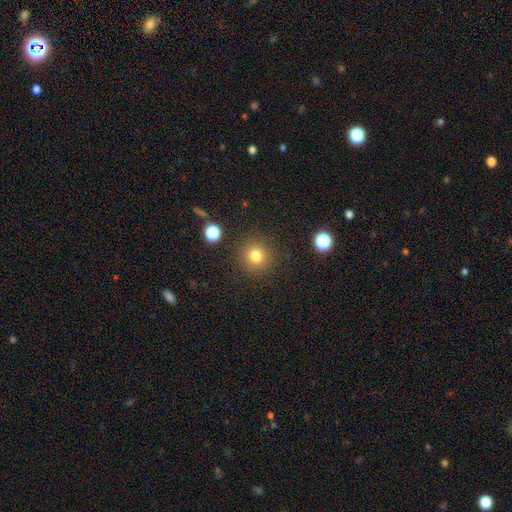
Volunteers were most divided on "merging": none: 84%, minor disturbance: 5%, major disturbance: 5%, merger: 5%. More confident: how rounded — round (100%); smooth or featured — smooth (92%).